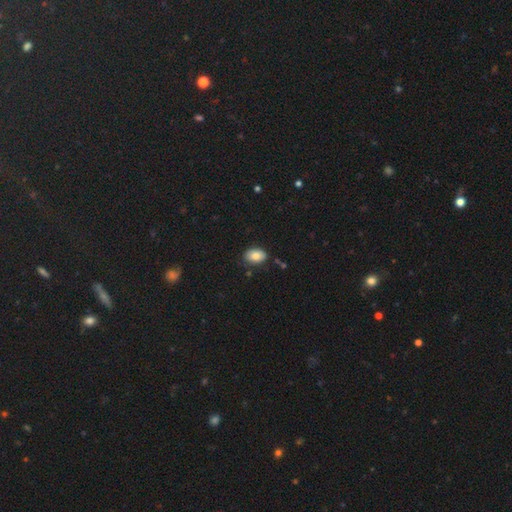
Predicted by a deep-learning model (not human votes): Smooth or featured: smooth — 83% (featured or disk — 9%)
How rounded: in between — 87% (round — 12%)
Merging: none — 79% (minor disturbance — 15%)